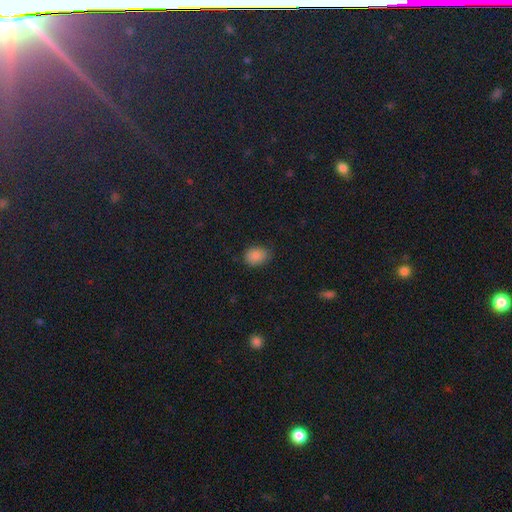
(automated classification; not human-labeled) Smooth or featured? Predicted: smooth (p=0.86). How rounded? Predicted: in between (p=0.63). Merging? Predicted: none (p=0.77).